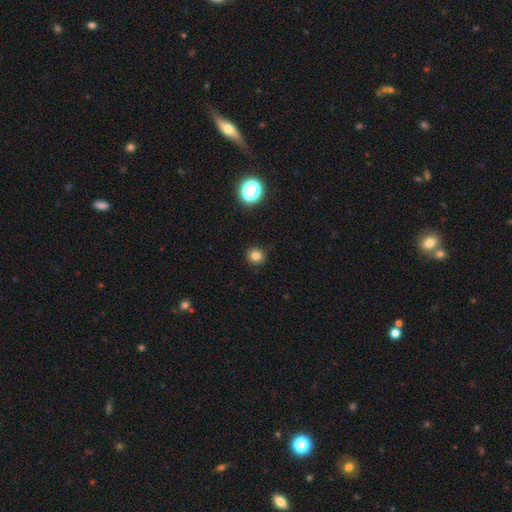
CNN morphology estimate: smooth-or-featured: smooth: 79% | star or artifact: 15% | featured or disk: 6%
  how-rounded: round: 91% | in between: 8% | cigar-shaped: 1%
  merging: none: 91% | minor disturbance: 6% | major disturbance: 2% | merger: 1%